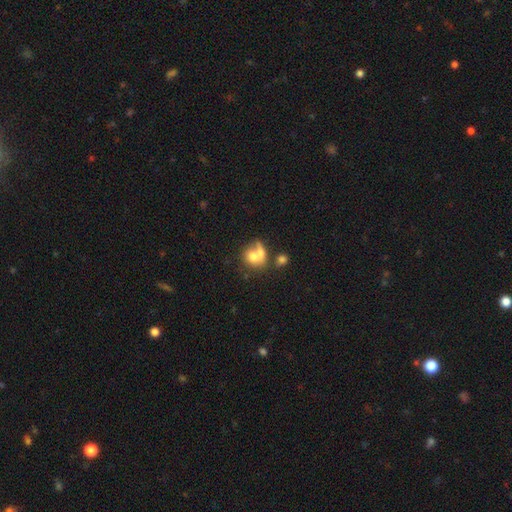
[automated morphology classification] A smooth galaxy with no disk features (69%) that is round (62%). Merging: merger (54%).